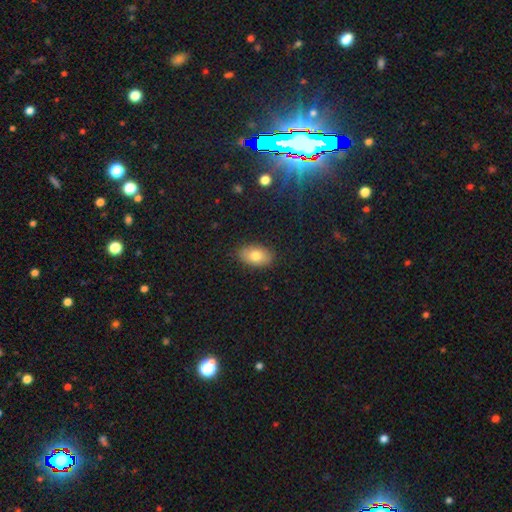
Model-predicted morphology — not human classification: The model was most divided on "smooth or featured": smooth: 79%, featured or disk: 13%, star or artifact: 8%. More confident: how rounded — in between (91%); merging — none (87%).